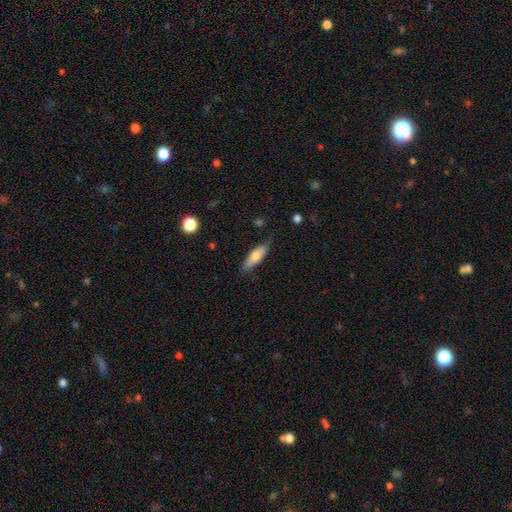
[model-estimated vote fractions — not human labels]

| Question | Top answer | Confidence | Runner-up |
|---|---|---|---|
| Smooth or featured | smooth | 67% | featured or disk (27%) |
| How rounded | cigar-shaped | 51% | in between (47%) |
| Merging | none | 75% | minor disturbance (20%) |